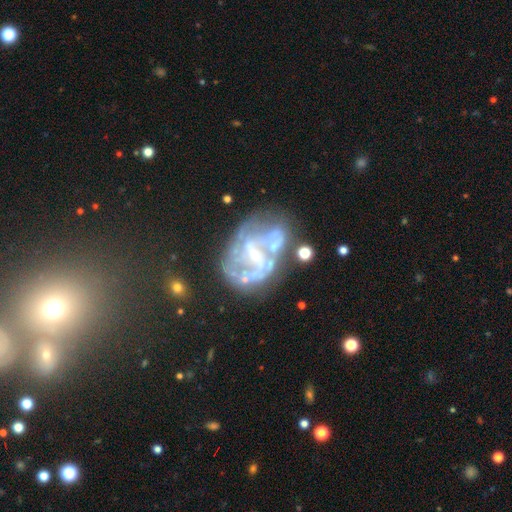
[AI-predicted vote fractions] Smooth or featured? featured or disk (79%)
Edge-on disk? no (98%)
Bar? no (42%)
Spiral arms? yes (65%)
Bulge size? small (60%)
Merging? none (40%)